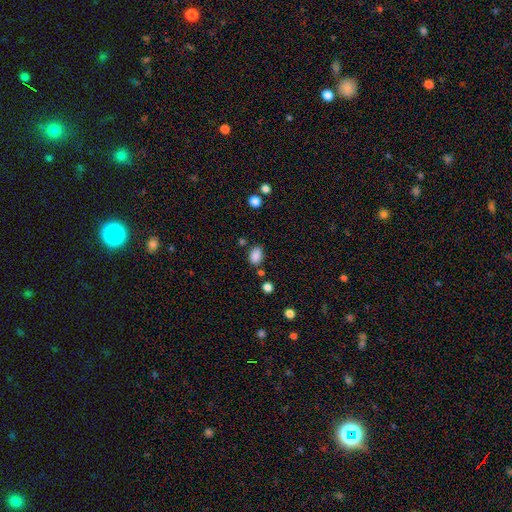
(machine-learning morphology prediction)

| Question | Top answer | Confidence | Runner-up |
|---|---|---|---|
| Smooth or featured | smooth | 86% | star or artifact (10%) |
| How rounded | in between | 81% | round (18%) |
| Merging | none | 74% | minor disturbance (16%) |